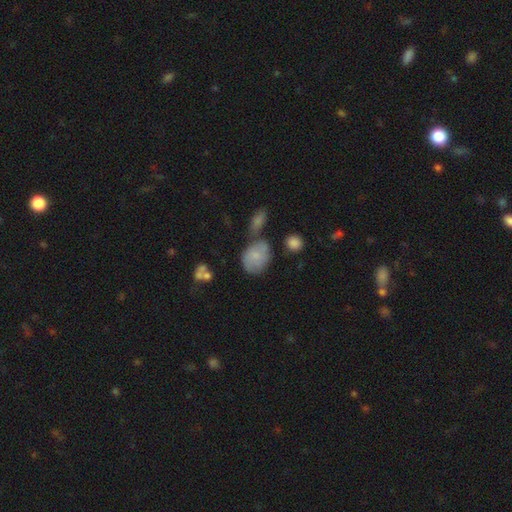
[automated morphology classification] type=smooth (72%); roundness=in between (63%); merging=none (47%).